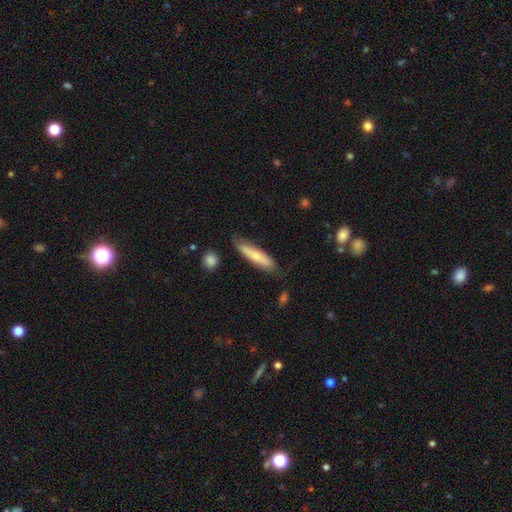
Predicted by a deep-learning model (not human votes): smooth-or-featured: smooth: 65% | featured or disk: 29% | star or artifact: 6%
  how-rounded: cigar-shaped: 81% | in between: 17% | round: 2%
  merging: none: 74% | minor disturbance: 19% | major disturbance: 4% | merger: 2%